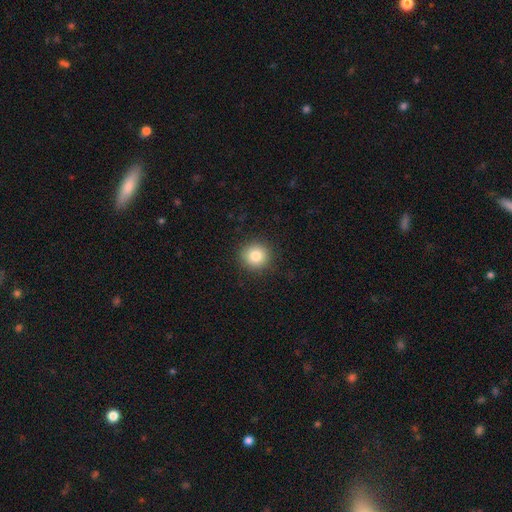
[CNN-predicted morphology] smooth_or_featured: smooth (p=0.83) [alt: star or artifact p=0.10]
how_rounded: round (p=0.92) [alt: in between p=0.07]
merging: none (p=0.91) [alt: minor disturbance p=0.06]